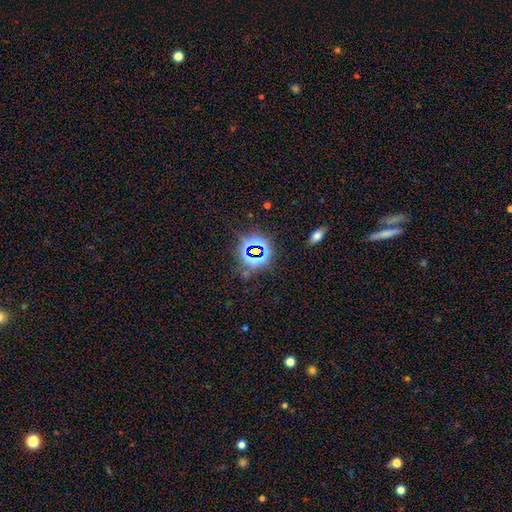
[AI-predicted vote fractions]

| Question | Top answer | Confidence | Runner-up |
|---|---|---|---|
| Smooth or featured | star or artifact | 76% | smooth (15%) |